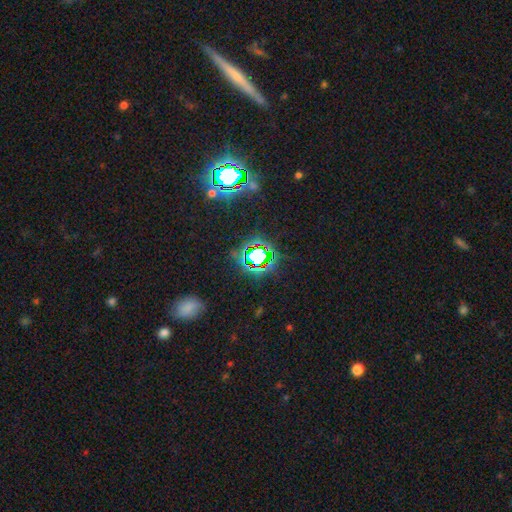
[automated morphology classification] This appears to be a star or artifact, not a galaxy (75%).